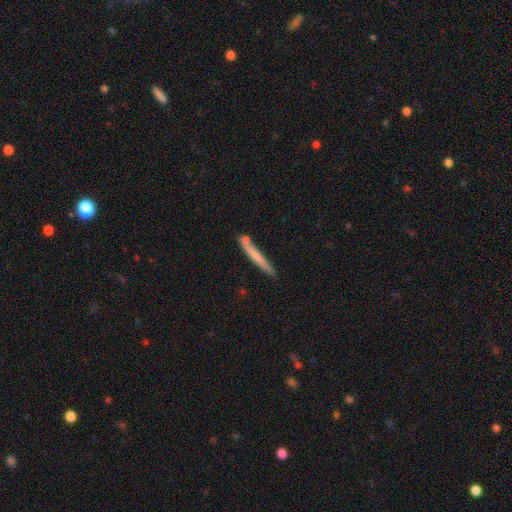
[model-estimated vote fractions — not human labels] Overall: smooth (68%). How rounded: cigar-shaped (96%). Merging: none (74%).